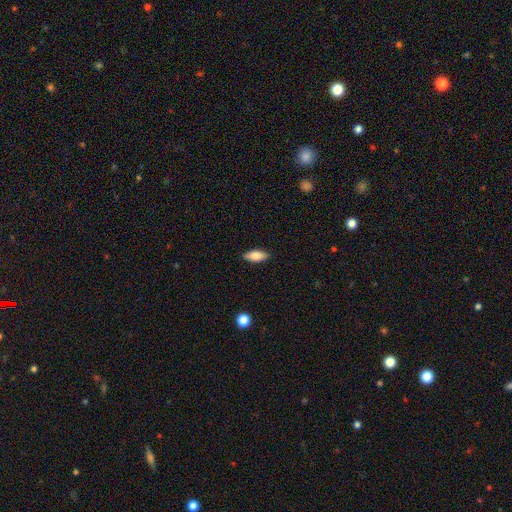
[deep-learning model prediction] A smooth galaxy with no disk features (82%) that is in between round and cigar-shaped (81%).

Vote fractions:
- Smooth or featured? smooth: 82% / featured or disk: 12% / star or artifact: 7%
- How rounded? in between: 81% / cigar-shaped: 16% / round: 3%
- Merging? none: 88% / minor disturbance: 9% / major disturbance: 2% / merger: 1%